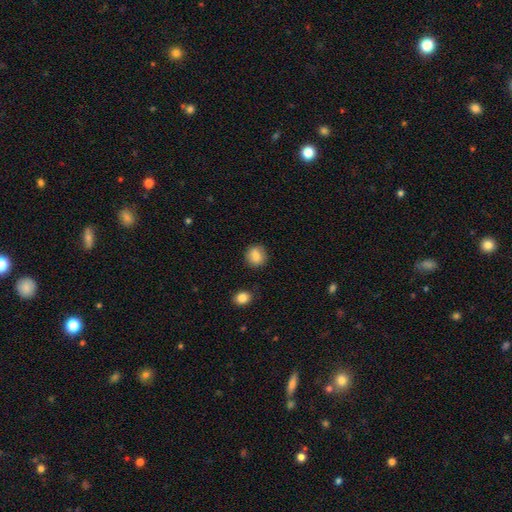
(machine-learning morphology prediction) type=smooth (84%); roundness=round (76%); merging=none (82%).